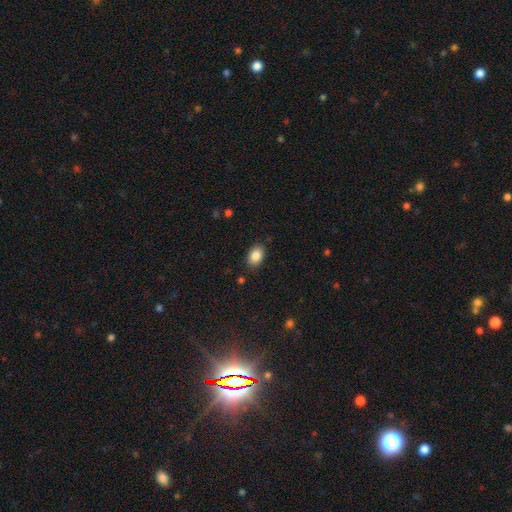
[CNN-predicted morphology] type=smooth (87%); roundness=in between (84%); merging=none (85%).